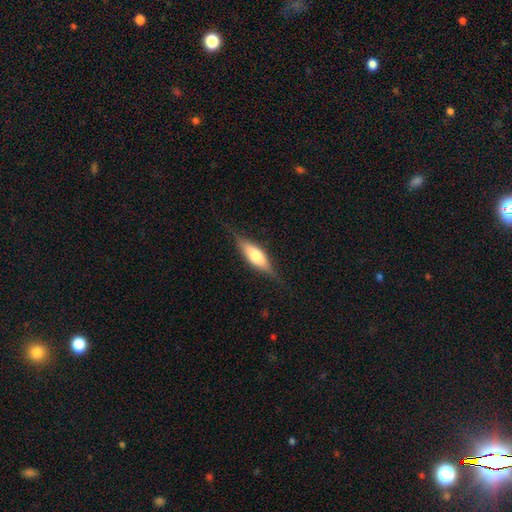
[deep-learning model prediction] Overall: smooth (49%; featured or disk 45%). Merging: none (79%).